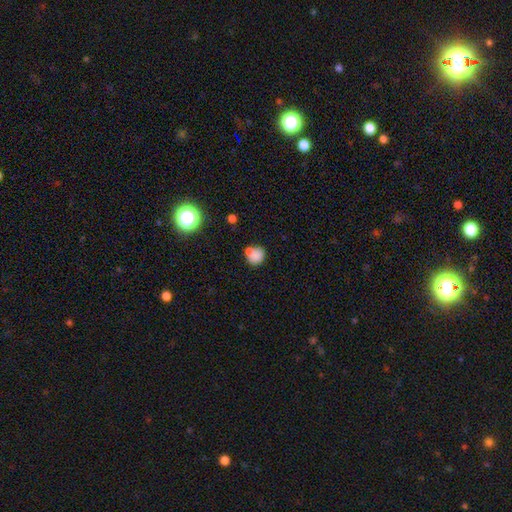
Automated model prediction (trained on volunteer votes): Smooth or featured? Predicted: smooth (p=0.79). How rounded? Predicted: round (p=0.79). Merging? Predicted: none (p=0.51).